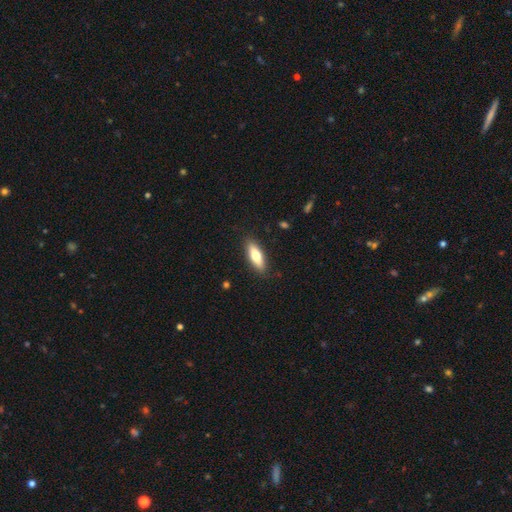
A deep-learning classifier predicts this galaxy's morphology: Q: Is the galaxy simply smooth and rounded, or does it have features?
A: smooth — 67%.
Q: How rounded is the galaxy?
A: in between — 54%.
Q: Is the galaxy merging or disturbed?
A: none — 88%.